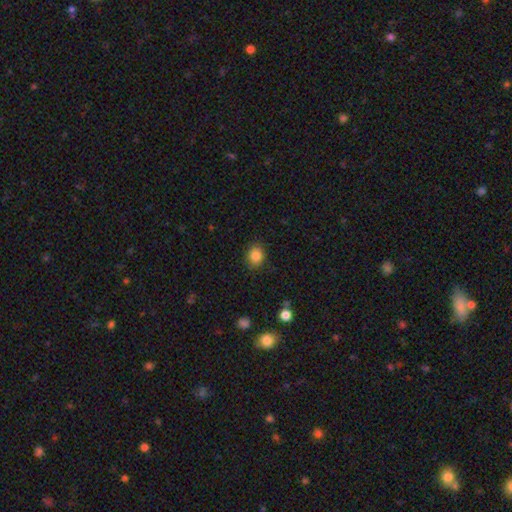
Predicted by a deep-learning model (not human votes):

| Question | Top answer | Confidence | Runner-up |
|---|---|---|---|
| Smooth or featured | smooth | 85% | star or artifact (10%) |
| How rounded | round | 62% | in between (37%) |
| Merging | none | 85% | minor disturbance (11%) |